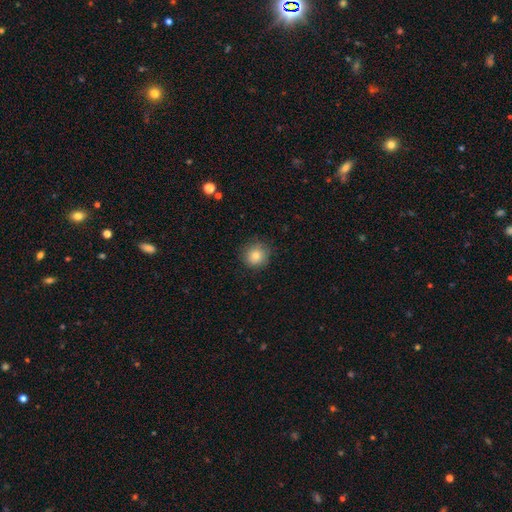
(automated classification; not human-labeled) Q: Smooth or featured?
A: smooth (81%); runner-up: star or artifact (10%)
Q: How rounded?
A: round (90%); runner-up: in between (9%)
Q: Merging?
A: none (86%); runner-up: minor disturbance (11%)